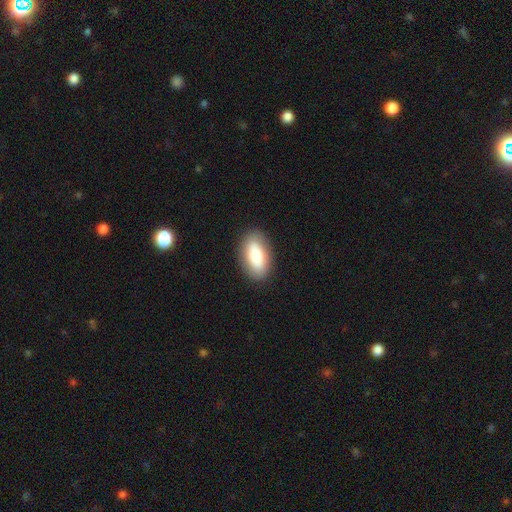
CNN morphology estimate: This appears to be a smooth galaxy with no disk features (80%) that is in between round and cigar-shaped (92%). Merging: none (87%).